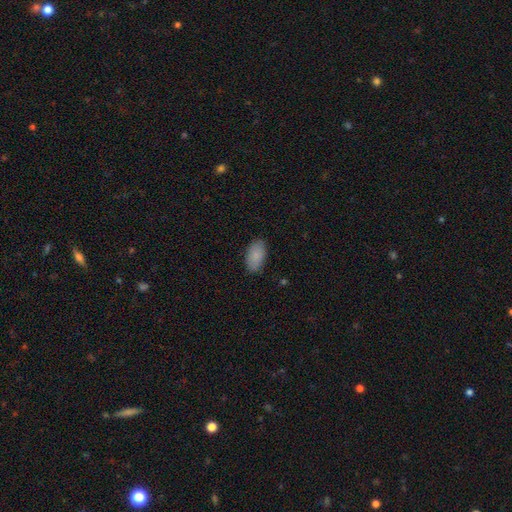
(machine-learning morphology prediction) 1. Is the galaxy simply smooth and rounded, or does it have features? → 87% smooth, 7% star or artifact, 6% featured or disk.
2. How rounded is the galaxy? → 94% in between, 4% round, 2% cigar-shaped.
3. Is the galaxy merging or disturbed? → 84% none, 12% minor disturbance, 3% major disturbance, 1% merger.